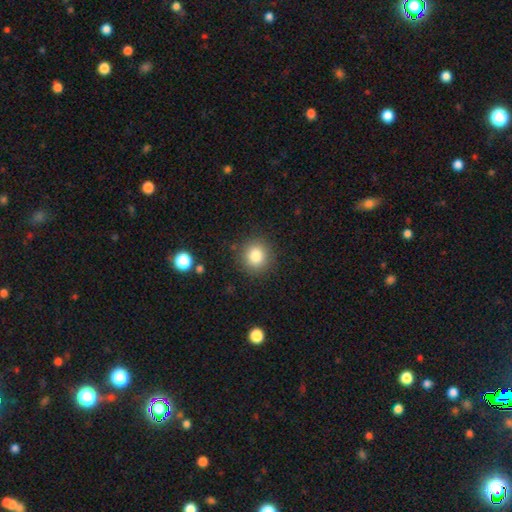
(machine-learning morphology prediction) smooth-or-featured: smooth: 83% | star or artifact: 11% | featured or disk: 6%
  how-rounded: round: 89% | in between: 10% | cigar-shaped: 1%
  merging: none: 87% | minor disturbance: 8% | major disturbance: 3% | merger: 2%